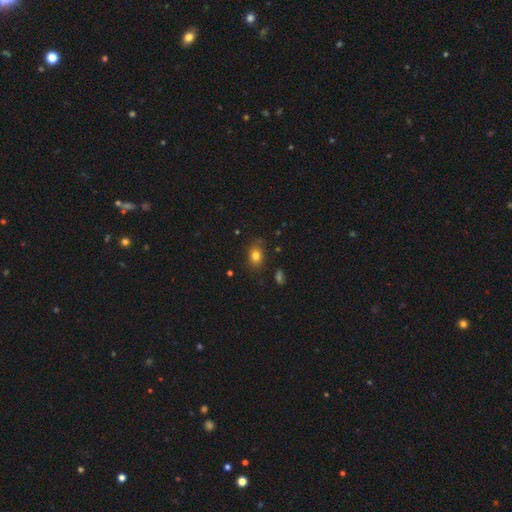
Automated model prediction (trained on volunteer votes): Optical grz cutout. It shows a smooth galaxy with no disk features (79%) that is in between round and cigar-shaped (56%). Merging: none (81%).